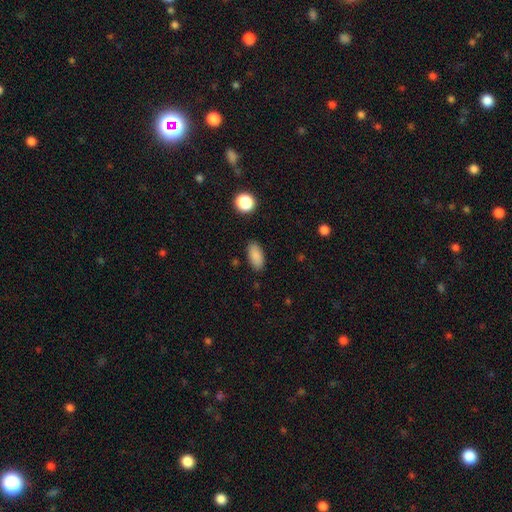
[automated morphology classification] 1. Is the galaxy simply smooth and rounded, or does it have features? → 88% smooth, 8% star or artifact, 4% featured or disk.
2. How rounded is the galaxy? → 90% in between, 7% cigar-shaped, 3% round.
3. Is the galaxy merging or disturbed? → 86% none, 10% minor disturbance, 2% major disturbance, 2% merger.